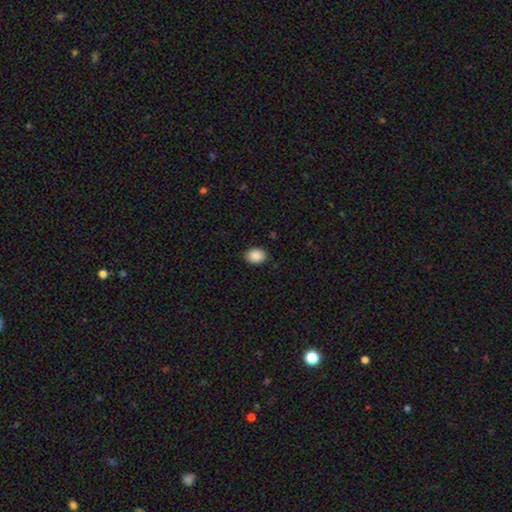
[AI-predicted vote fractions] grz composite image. It shows a smooth galaxy with no disk features (88%) that is in between round and cigar-shaped (55%). Merging: none (90%).